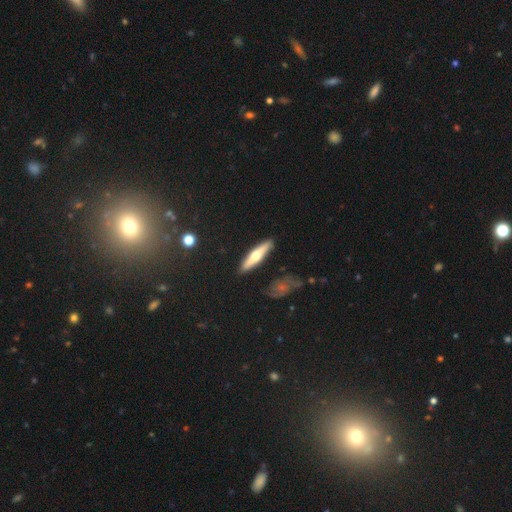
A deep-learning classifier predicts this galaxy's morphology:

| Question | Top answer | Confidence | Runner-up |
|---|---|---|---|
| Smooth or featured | featured or disk | 48% | smooth (46%) |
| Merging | none | 86% | minor disturbance (9%) |